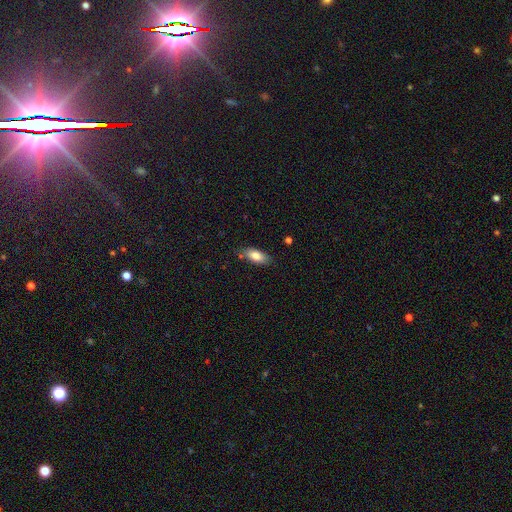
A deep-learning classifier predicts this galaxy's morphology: A smooth galaxy with no disk features (81%) that is in between round and cigar-shaped (84%). Merging: none (77%).